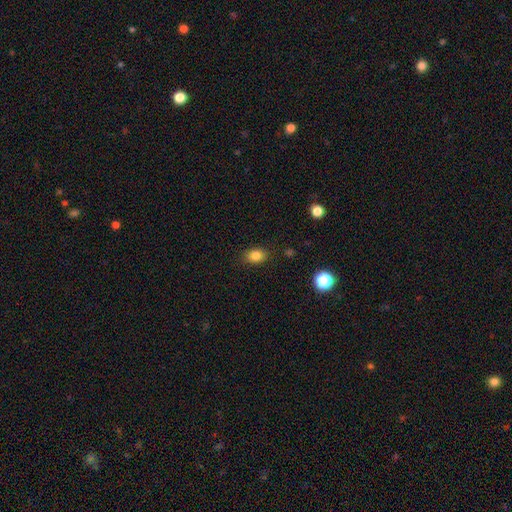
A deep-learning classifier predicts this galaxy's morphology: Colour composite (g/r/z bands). It shows a smooth galaxy with no disk features (84%) that is in between round and cigar-shaped (72%). Merging: none (85%).